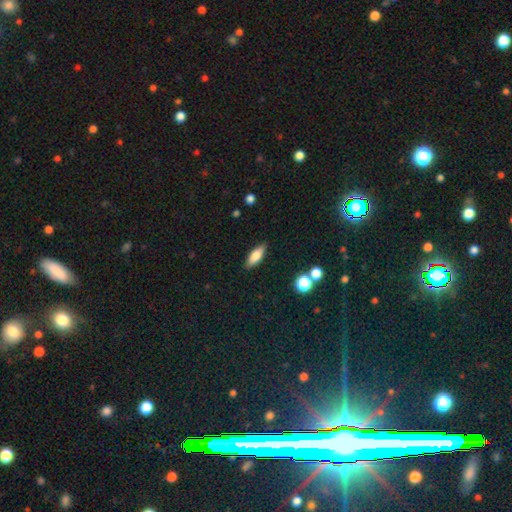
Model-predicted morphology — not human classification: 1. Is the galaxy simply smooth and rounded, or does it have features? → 76% smooth, 17% featured or disk, 8% star or artifact.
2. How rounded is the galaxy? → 68% in between, 29% cigar-shaped, 3% round.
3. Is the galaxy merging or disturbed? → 87% none, 9% minor disturbance, 2% major disturbance, 2% merger.